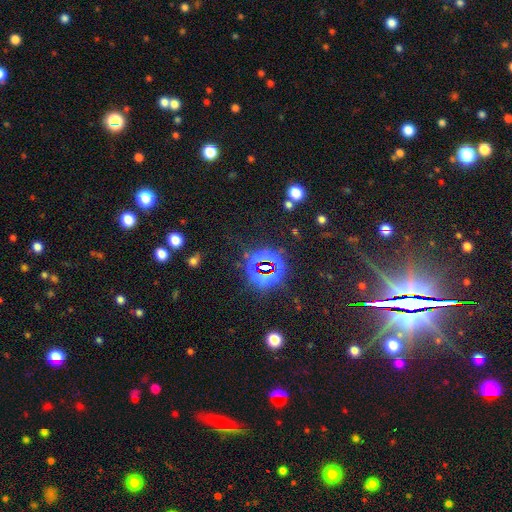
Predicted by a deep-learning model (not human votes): Smooth or featured: star or artifact — 83% (smooth — 9%)